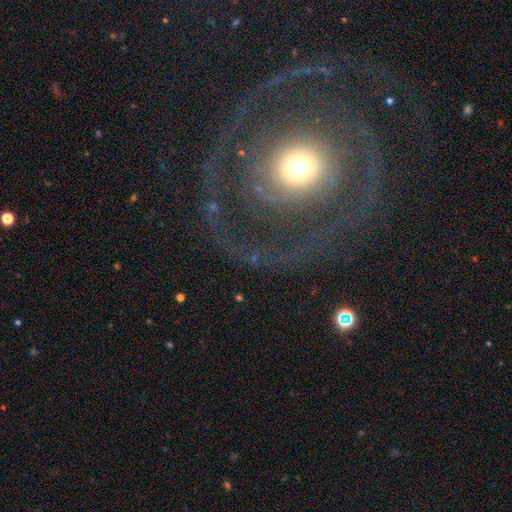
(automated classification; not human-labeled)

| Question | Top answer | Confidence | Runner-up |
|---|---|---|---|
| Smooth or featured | featured or disk | 71% | smooth (21%) |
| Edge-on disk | no | 96% | yes (4%) |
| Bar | no | 81% | weak (13%) |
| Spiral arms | yes | 68% | no (32%) |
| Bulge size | moderate | 57% | small (21%) |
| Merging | none | 69% | major disturbance (17%) |